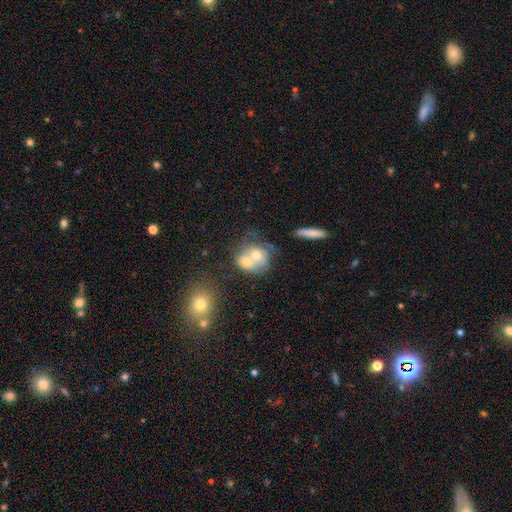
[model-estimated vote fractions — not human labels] smooth_or_featured: smooth (p=0.56) [alt: featured or disk p=0.35]
how_rounded: round (p=0.64) [alt: in between p=0.35]
merging: merger (p=0.66) [alt: none p=0.19]